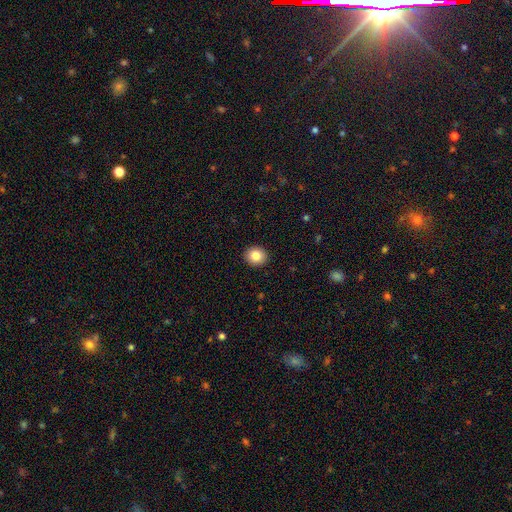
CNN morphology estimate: The model was most divided on "how rounded": round: 79%, in between: 21%, cigar-shaped: 1%. More confident: merging — none (92%); smooth or featured — smooth (84%).